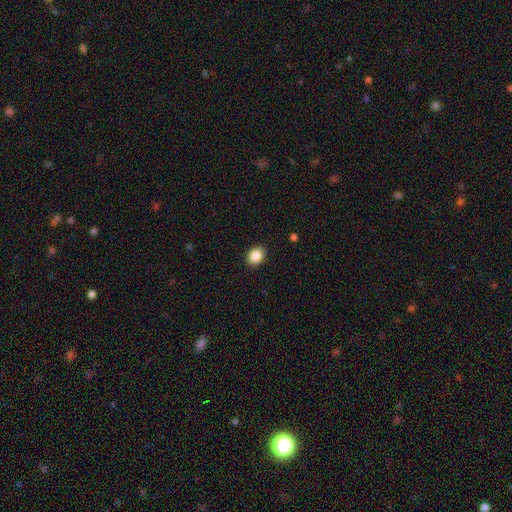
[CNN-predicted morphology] A smooth galaxy with no disk features (88%) that is in between round and cigar-shaped (61%). Merging: none (90%).